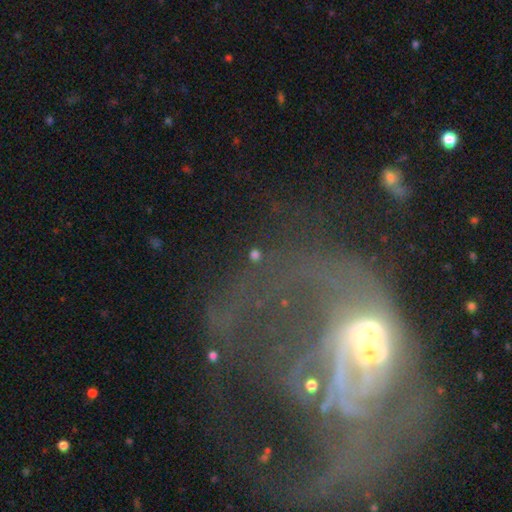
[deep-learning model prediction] This appears to be a star or artifact, not a galaxy (46%).